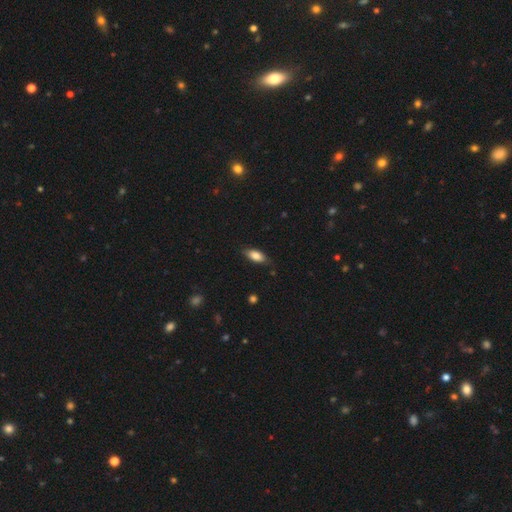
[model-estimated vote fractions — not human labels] smooth-or-featured: smooth: 83% | featured or disk: 10% | star or artifact: 7%
  how-rounded: in between: 85% | cigar-shaped: 12% | round: 3%
  merging: none: 80% | minor disturbance: 16% | major disturbance: 3% | merger: 1%